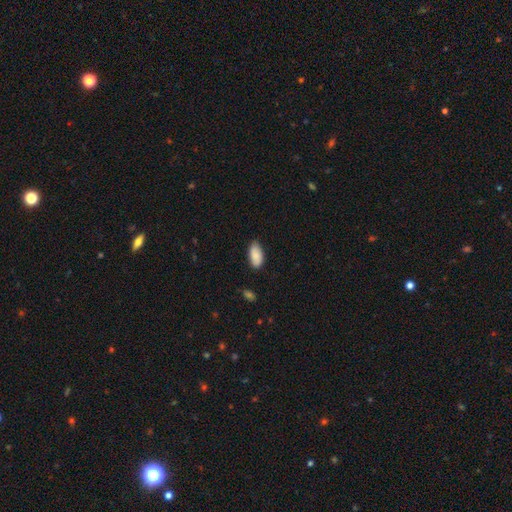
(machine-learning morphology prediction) Smooth or featured? smooth (86%)
How rounded? in between (94%)
Merging? none (80%)